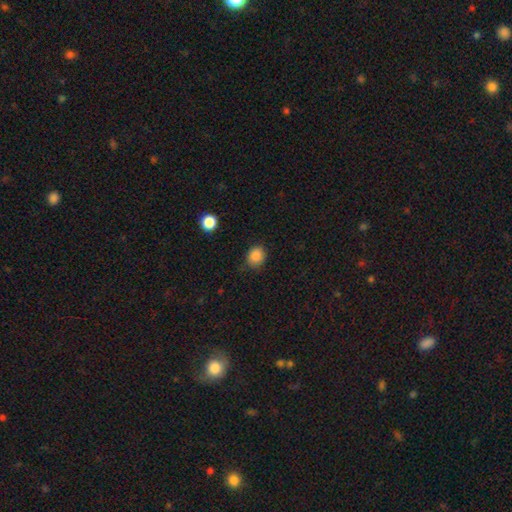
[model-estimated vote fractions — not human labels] smooth_or_featured: smooth (p=0.86) [alt: star or artifact p=0.10]
how_rounded: round (p=0.72) [alt: in between p=0.27]
merging: none (p=0.80) [alt: minor disturbance p=0.16]